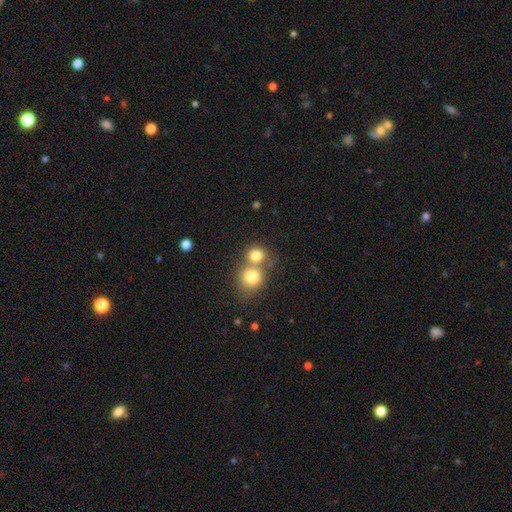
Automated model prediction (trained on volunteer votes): smooth 80%, star or artifact 11%, featured or disk 9%. Down the decision tree: how rounded — round (78%); merging — merger (50%).